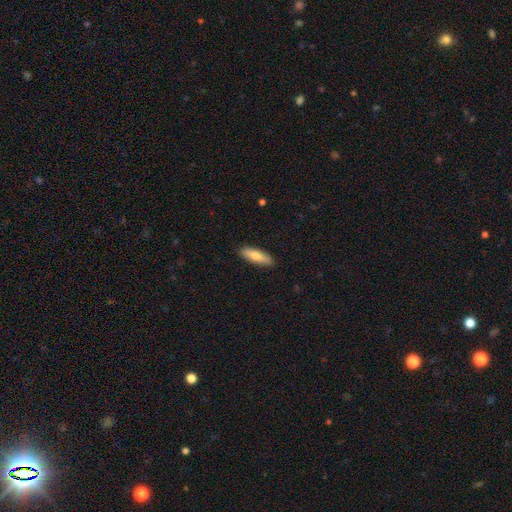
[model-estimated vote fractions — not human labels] Overall: smooth (73%). How rounded: cigar-shaped (59%; in between 40%). Merging: none (89%).